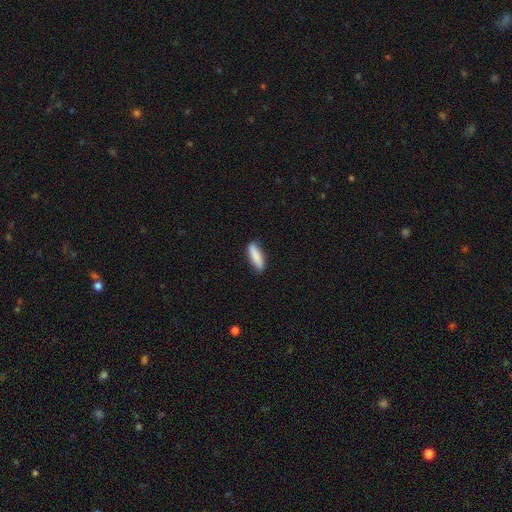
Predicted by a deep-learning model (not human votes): A smooth galaxy with no disk features (86%) that is cigar-shaped (62%). Merging: none (85%).